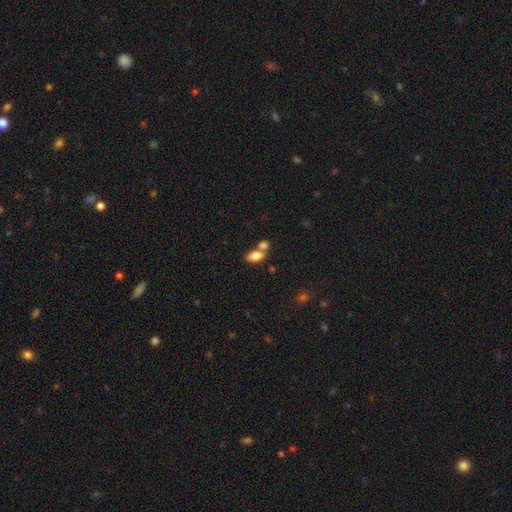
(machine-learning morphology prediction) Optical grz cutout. It shows a smooth galaxy with no disk features (80%) that is in between round and cigar-shaped (89%). Merging: merger (47%).